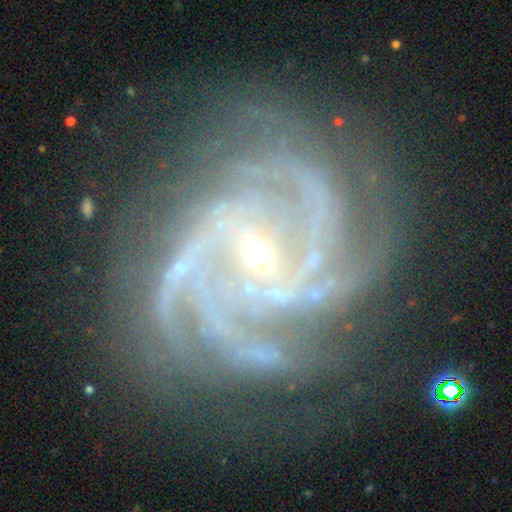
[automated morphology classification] Smooth or featured? Predicted: featured or disk (p=0.92). Edge-on disk? Predicted: no (p=0.98). Bar? Predicted: weak (p=0.38, tied with no). Spiral arms? Predicted: yes (p=0.99). Spiral winding? Predicted: tight (p=0.54). Spiral arm count? Predicted: 4 (p=0.41). Bulge size? Predicted: small (p=0.80). Merging? Predicted: none (p=0.72).